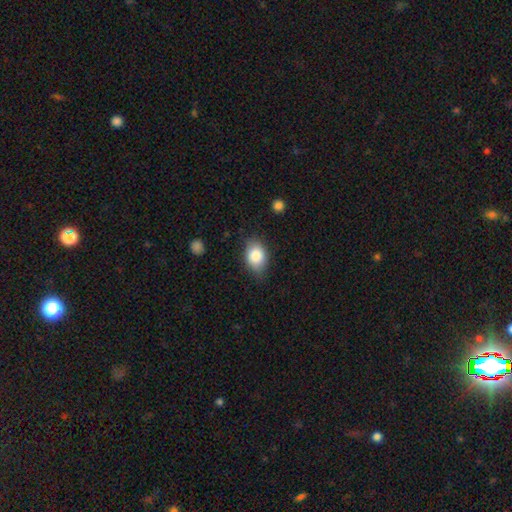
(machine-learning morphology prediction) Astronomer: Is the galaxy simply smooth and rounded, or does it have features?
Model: smooth — 84%.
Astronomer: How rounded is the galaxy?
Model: in between — 77%.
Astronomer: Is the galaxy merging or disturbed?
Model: none — 76%.